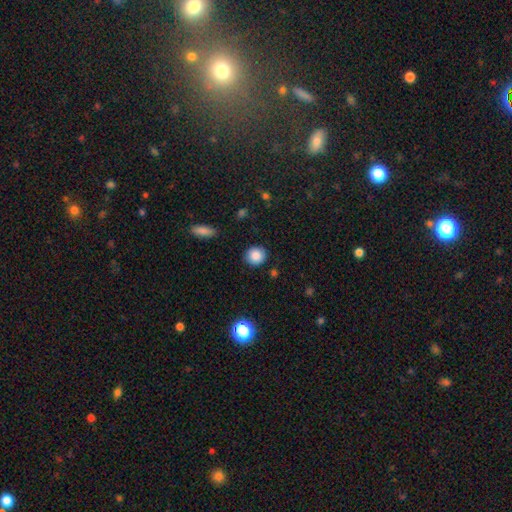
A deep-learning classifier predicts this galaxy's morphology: This appears to be a smooth galaxy with no disk features (87%) that is round (89%). Merging: none (88%).